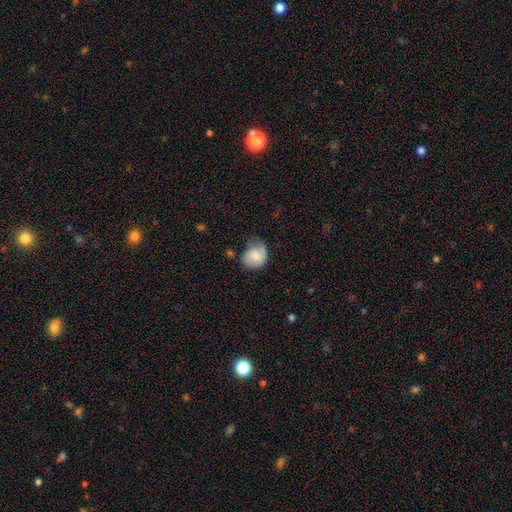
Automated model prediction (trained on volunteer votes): Smooth or featured?
  - smooth: 65% *
  - featured or disk: 28%
  - star or artifact: 7%
How rounded?
  - round: 59% *
  - in between: 40%
  - cigar-shaped: 1%
Merging?
  - none: 42% *
  - minor disturbance: 39%
  - major disturbance: 16%
  - merger: 3%